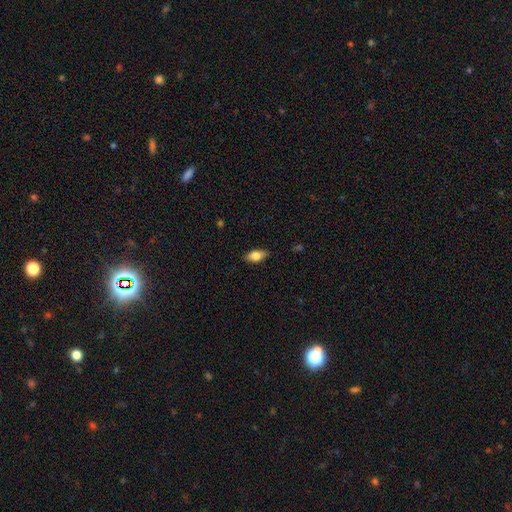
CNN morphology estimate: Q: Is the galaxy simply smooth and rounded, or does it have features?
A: smooth — 78%.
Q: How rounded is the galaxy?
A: in between — 87%.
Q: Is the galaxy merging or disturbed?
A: none — 85%.